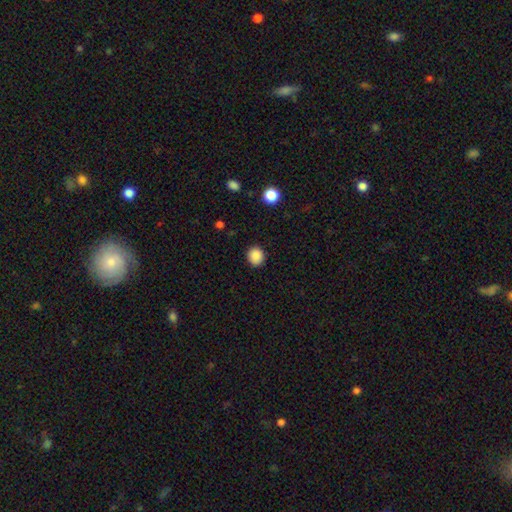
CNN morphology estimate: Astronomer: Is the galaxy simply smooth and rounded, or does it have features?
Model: smooth — 88%.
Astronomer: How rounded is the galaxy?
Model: round — 81%.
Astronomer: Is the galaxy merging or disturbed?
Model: none — 90%.